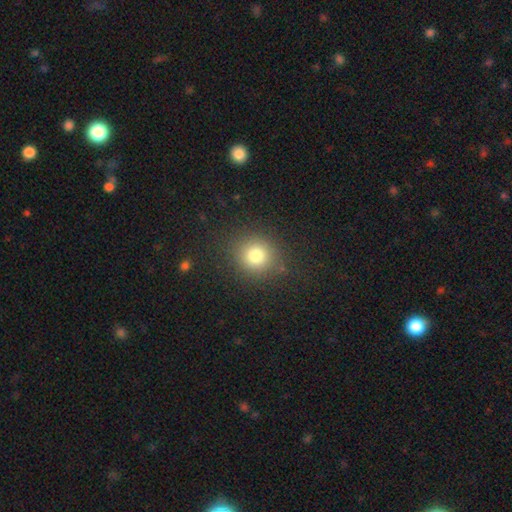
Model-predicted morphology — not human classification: type=smooth (78%); roundness=round (88%); merging=none (87%).